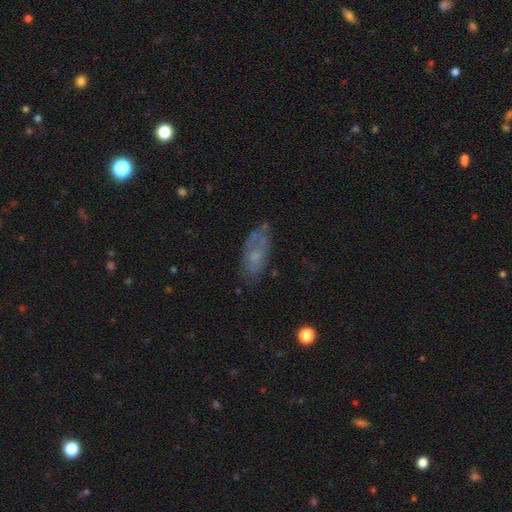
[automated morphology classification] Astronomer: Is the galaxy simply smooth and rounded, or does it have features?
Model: smooth — 48% (runner-up: featured or disk, 42%).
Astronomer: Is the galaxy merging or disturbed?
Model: none — 60%.